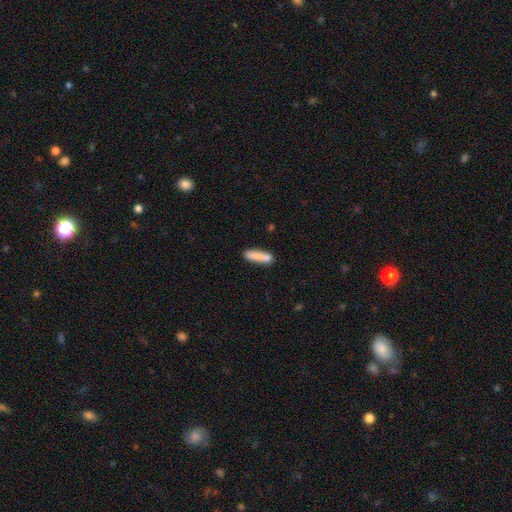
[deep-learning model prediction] Smooth or featured: smooth — 83% (featured or disk — 10%)
How rounded: cigar-shaped — 73% (in between — 25%)
Merging: none — 70% (minor disturbance — 15%)